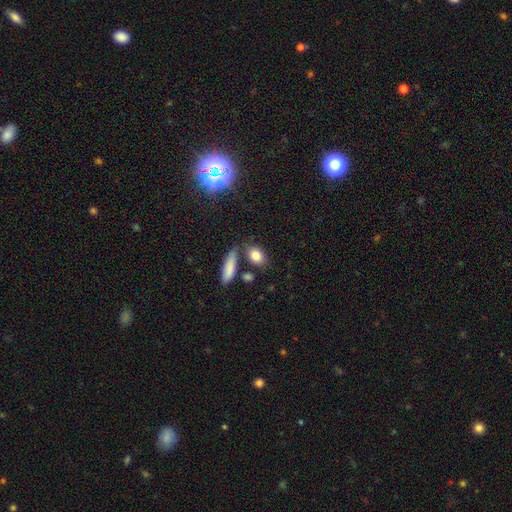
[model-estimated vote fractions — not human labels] Smooth or featured? smooth (83%)
How rounded? in between (71%)
Merging? none (69%)